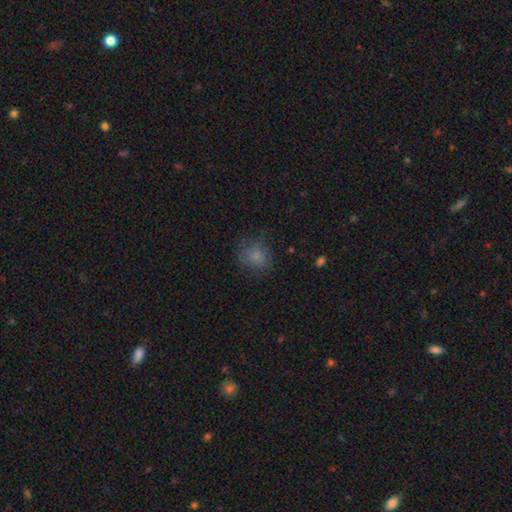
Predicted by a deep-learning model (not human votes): Smooth or featured?
  - smooth: 79% *
  - star or artifact: 11%
  - featured or disk: 10%
How rounded?
  - round: 77% *
  - in between: 22%
  - cigar-shaped: 1%
Merging?
  - none: 73% *
  - minor disturbance: 18%
  - major disturbance: 8%
  - merger: 1%